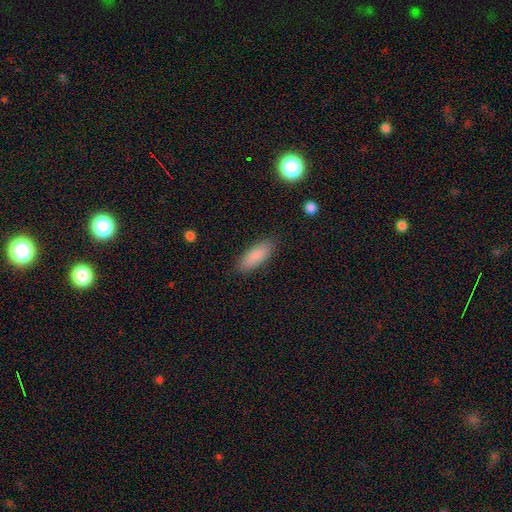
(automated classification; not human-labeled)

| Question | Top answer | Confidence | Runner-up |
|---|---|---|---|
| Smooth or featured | smooth | 87% | star or artifact (7%) |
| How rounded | in between | 73% | cigar-shaped (26%) |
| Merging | none | 86% | minor disturbance (10%) |